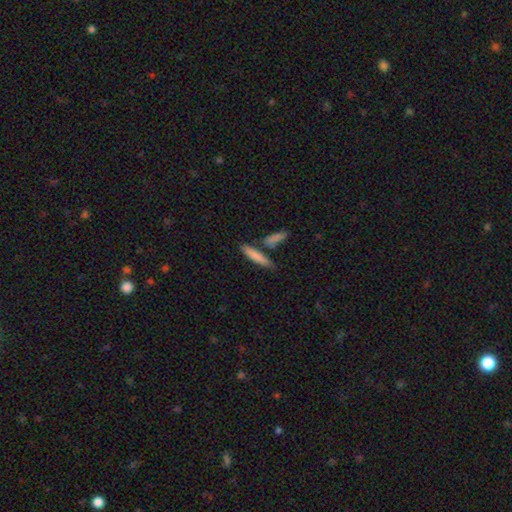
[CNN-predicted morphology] Smooth or featured: smooth — 79% (featured or disk — 14%)
How rounded: cigar-shaped — 82% (in between — 16%)
Merging: none — 70% (merger — 16%)